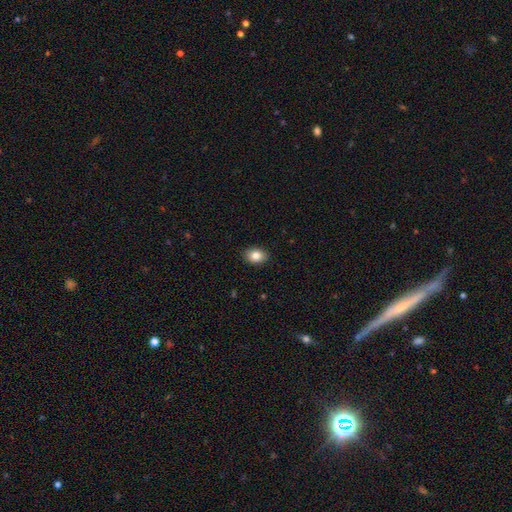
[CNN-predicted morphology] This is clearly a smooth galaxy (84%). How rounded: likely in between (73%). Merging: clearly none (89%).